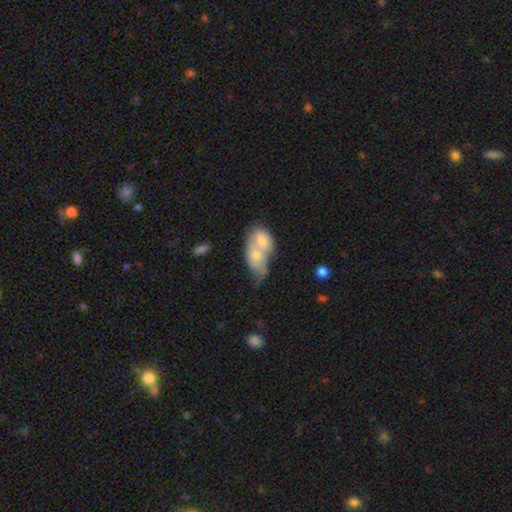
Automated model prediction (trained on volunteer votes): Smooth or featured? smooth (65%)
How rounded? in between (82%)
Merging? merger (80%)